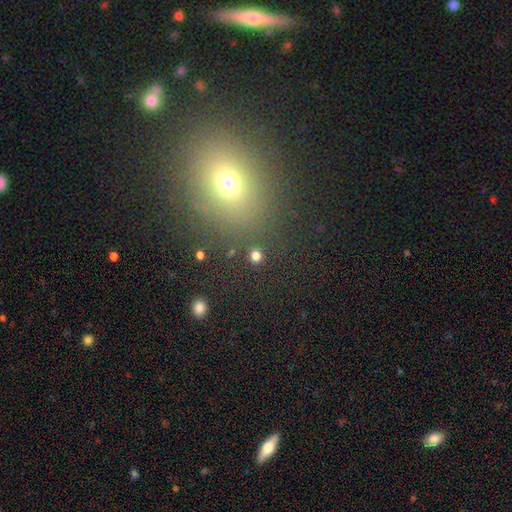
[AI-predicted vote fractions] smooth 79%, star or artifact 16%, featured or disk 4%. Down the decision tree: how rounded — round (87%); merging — none (87%).